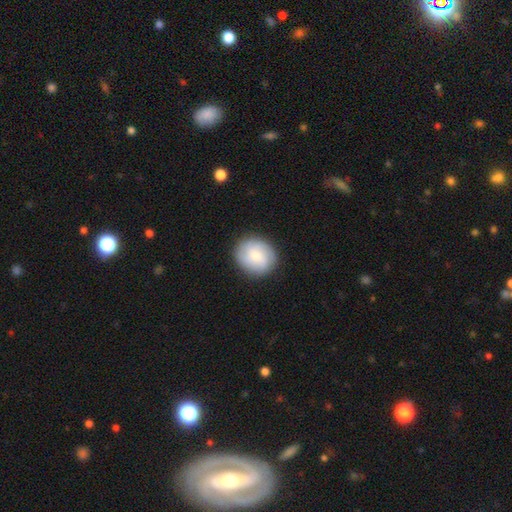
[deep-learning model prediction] smooth 55%, featured or disk 38%, star or artifact 7%. Down the decision tree: how rounded — round (80%); merging — none (86%).